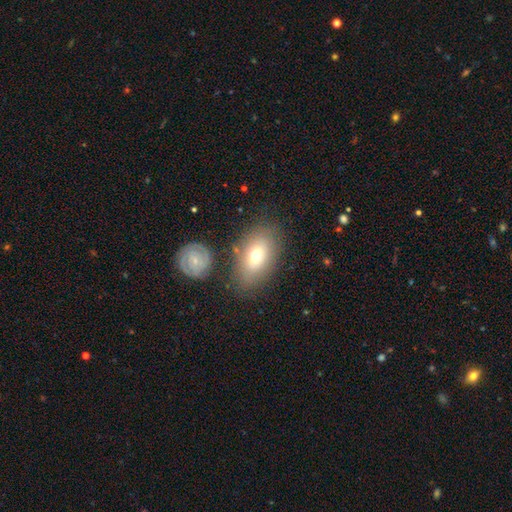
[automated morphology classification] This appears to be a smooth galaxy with no disk features (68%) that is in between round and cigar-shaped (85%). Merging: none (72%).